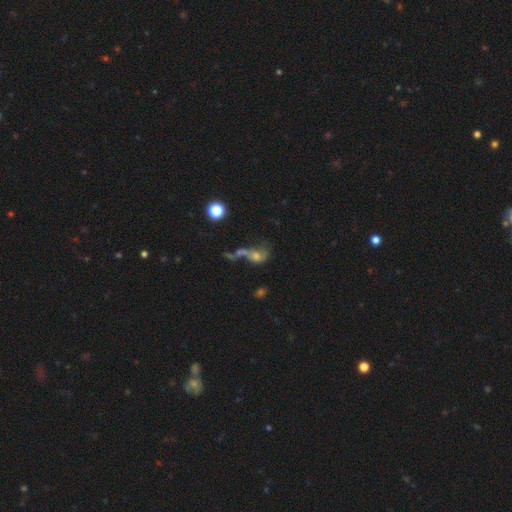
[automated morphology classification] smooth-or-featured: featured or disk: 40% | smooth: 39% | star or artifact: 21%
  merging: merger: 42% | major disturbance: 26% | none: 20% | minor disturbance: 11%